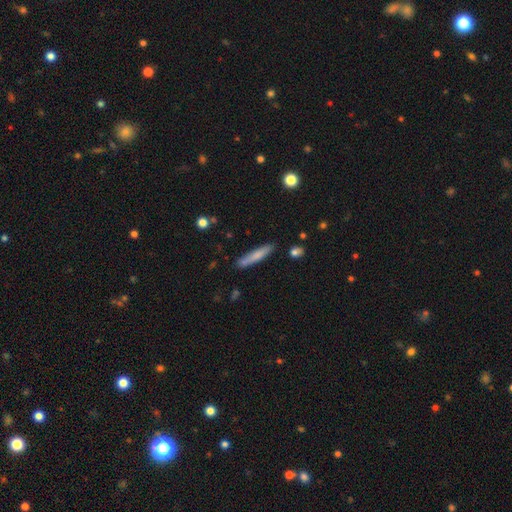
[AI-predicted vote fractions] This is likely a smooth galaxy (70%). How rounded: clearly cigar-shaped (91%). Merging: clearly none (81%).